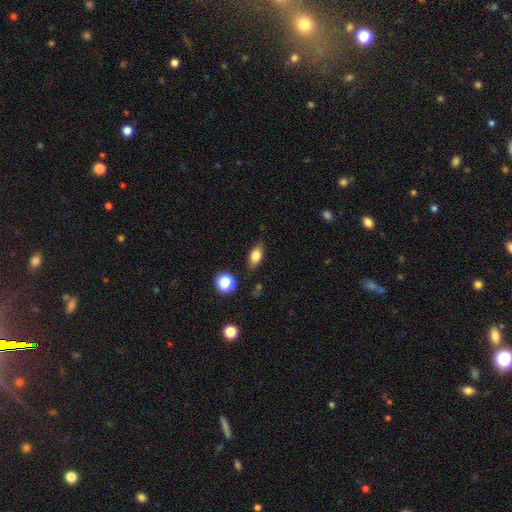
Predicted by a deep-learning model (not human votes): Overall: smooth (77%). How rounded: in between (80%). Merging: none (81%).